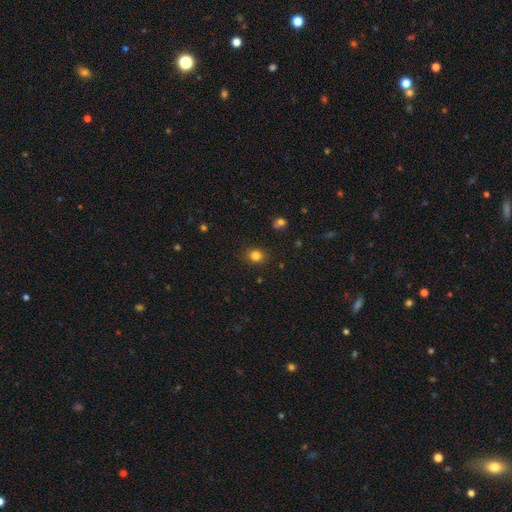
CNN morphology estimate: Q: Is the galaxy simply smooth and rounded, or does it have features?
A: smooth — 82%.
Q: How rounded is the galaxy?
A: round — 73%.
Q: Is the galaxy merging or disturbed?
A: none — 87%.